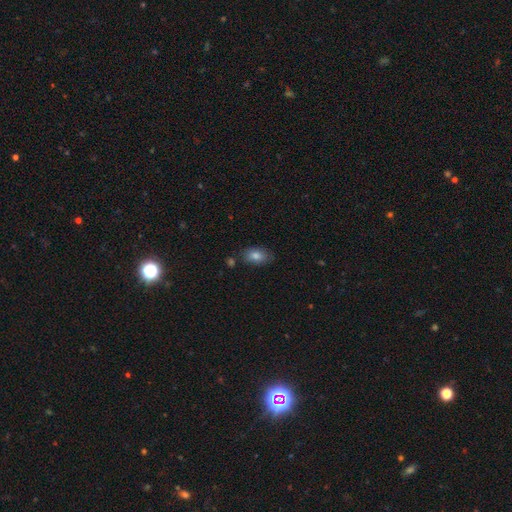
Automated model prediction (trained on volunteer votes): This is clearly a smooth galaxy (82%). How rounded: clearly in between (90%). Merging: likely none (77%).